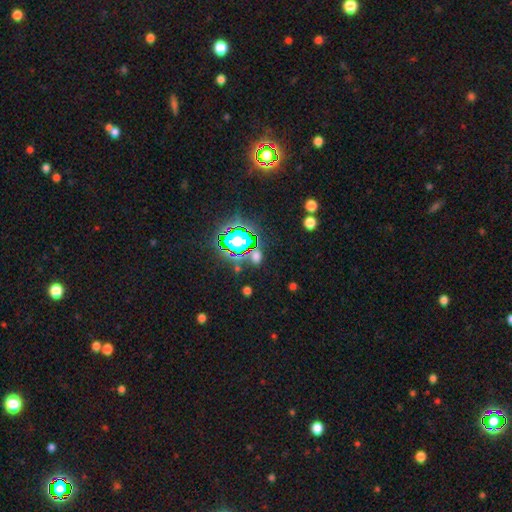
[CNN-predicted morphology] star or artifact 55%, smooth 36%, featured or disk 9%.